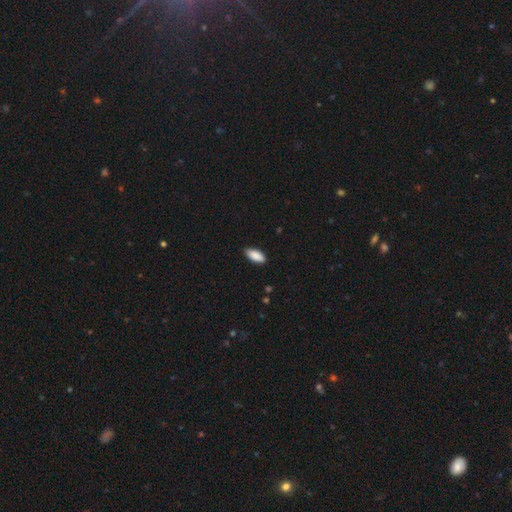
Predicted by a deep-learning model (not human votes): This appears to be a smooth galaxy with no disk features (90%) that is in between round and cigar-shaped (90%). Merging: none (85%).